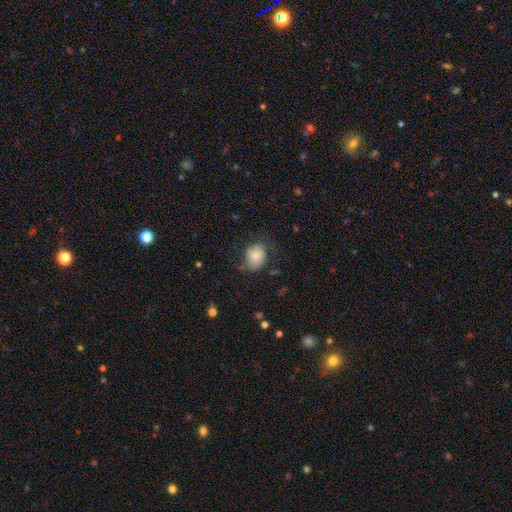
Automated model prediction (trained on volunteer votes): smooth_or_featured: smooth (p=0.71) [alt: featured or disk p=0.20]
how_rounded: round (p=0.51) [alt: in between p=0.48]
merging: none (p=0.52) [alt: minor disturbance p=0.30]